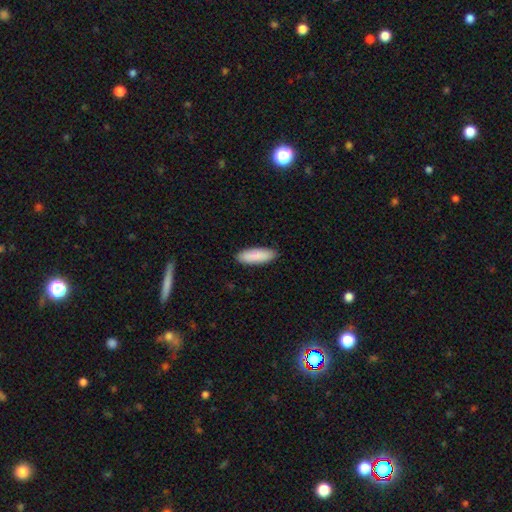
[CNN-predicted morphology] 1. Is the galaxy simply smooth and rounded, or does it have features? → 89% smooth, 5% star or artifact, 5% featured or disk.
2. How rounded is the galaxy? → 60% in between, 38% cigar-shaped, 1% round.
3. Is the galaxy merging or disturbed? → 89% none, 8% minor disturbance, 2% major disturbance, 1% merger.